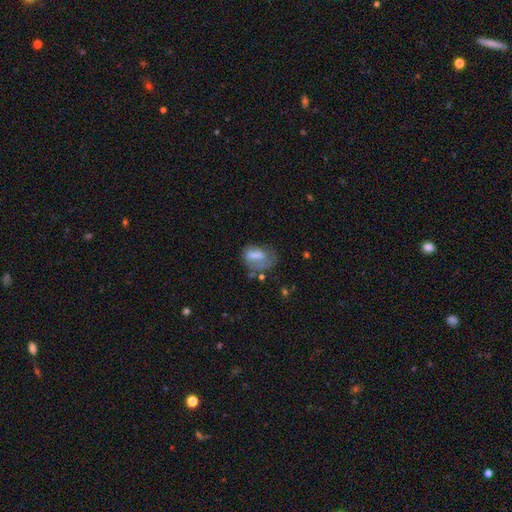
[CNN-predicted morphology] This appears to be a smooth galaxy with no disk features (62%) that is in between round and cigar-shaped (76%). Merging: none (33%).